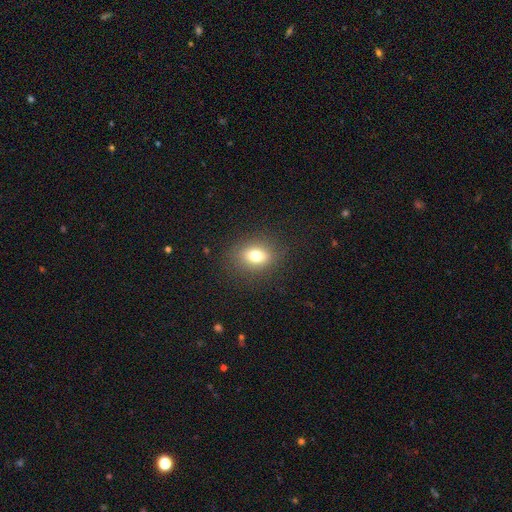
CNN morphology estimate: A smooth galaxy with no disk features (74%) that is in between round and cigar-shaped (59%).

Vote fractions:
- Smooth or featured? smooth: 74% / featured or disk: 13% / star or artifact: 13%
- How rounded? in between: 59% / round: 40% / cigar-shaped: 2%
- Merging? none: 85% / minor disturbance: 10% / major disturbance: 4% / merger: 1%